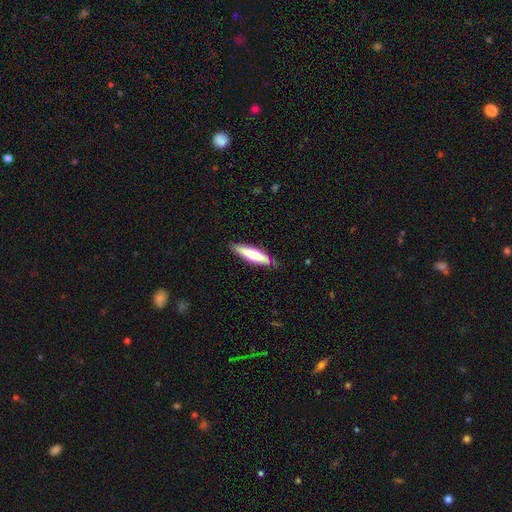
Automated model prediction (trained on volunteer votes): The model was most divided on "smooth or featured": smooth: 70%, featured or disk: 25%, star or artifact: 5%. More confident: merging — none (83%); how rounded — cigar-shaped (75%).